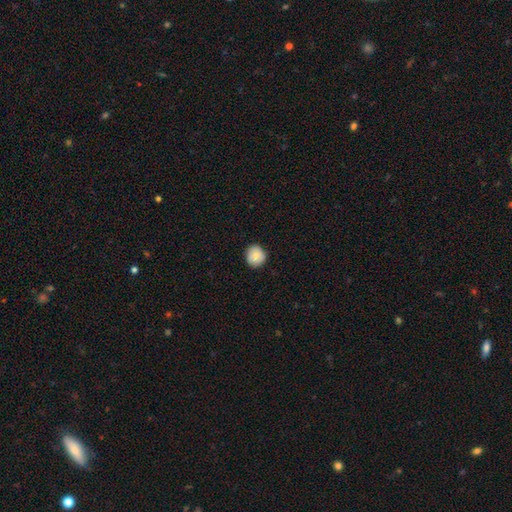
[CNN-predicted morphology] This is clearly a smooth galaxy (83%). How rounded: clearly round (90%). Merging: clearly none (87%).